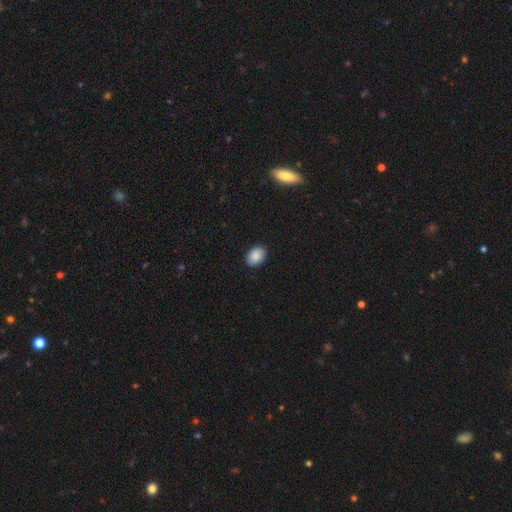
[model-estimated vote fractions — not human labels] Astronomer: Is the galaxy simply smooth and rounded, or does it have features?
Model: smooth — 88%.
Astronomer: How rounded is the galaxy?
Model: in between — 73%.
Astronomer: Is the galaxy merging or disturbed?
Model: none — 90%.